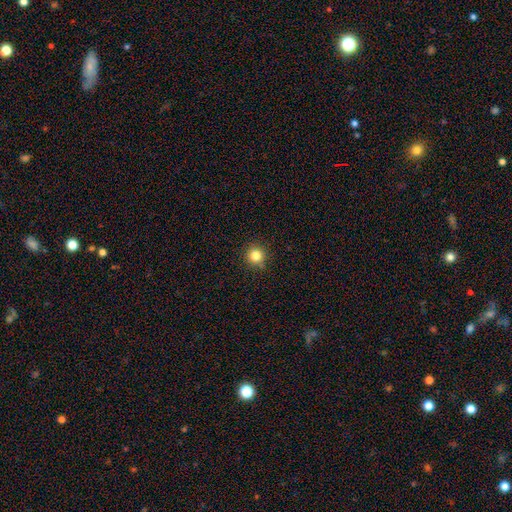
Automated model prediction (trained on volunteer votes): Overall: smooth (82%). How rounded: round (94%). Merging: none (89%).